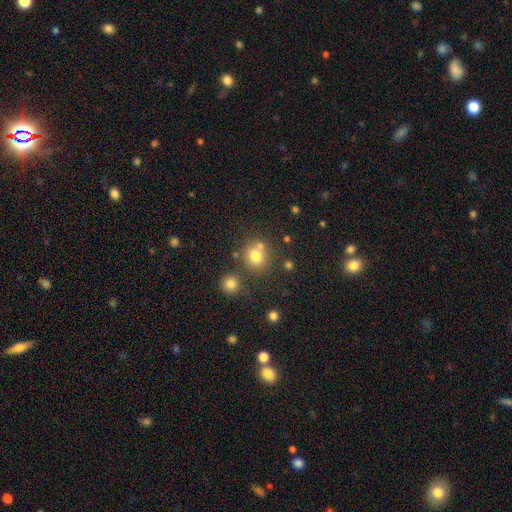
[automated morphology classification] This appears to be a smooth galaxy with no disk features (77%) that is round (83%). Merging: none (65%).